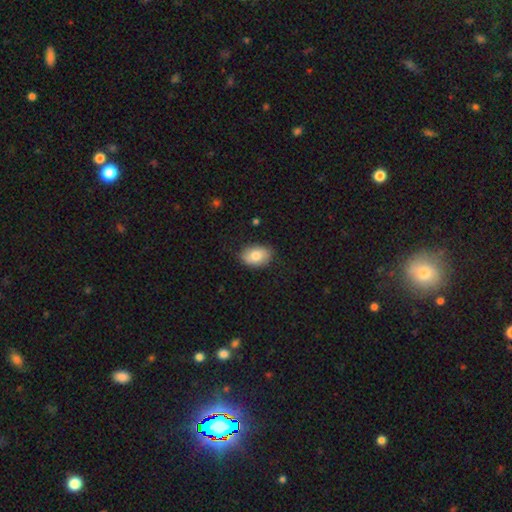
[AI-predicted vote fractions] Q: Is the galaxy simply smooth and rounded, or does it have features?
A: smooth — 80%.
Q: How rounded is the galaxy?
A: in between — 85%.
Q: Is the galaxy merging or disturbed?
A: none — 83%.